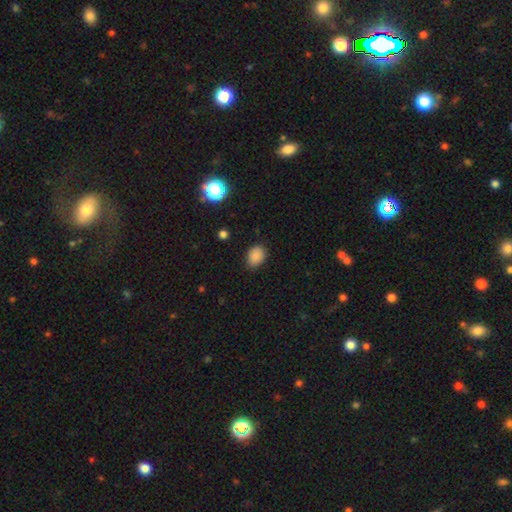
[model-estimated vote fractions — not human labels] smooth 86%, star or artifact 10%, featured or disk 4%. Down the decision tree: how rounded — in between (66%); merging — none (79%).